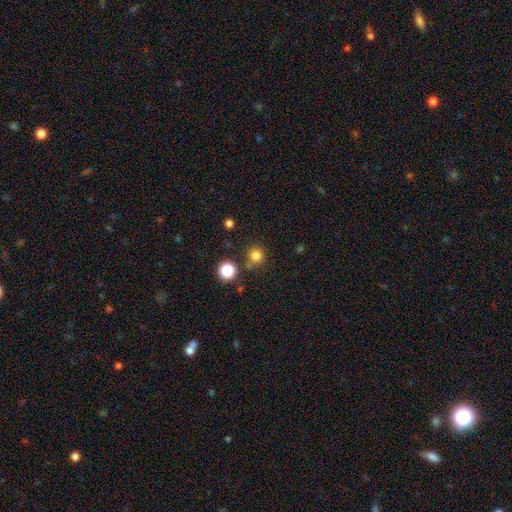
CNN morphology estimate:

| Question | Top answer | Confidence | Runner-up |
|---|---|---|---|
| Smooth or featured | smooth | 81% | star or artifact (15%) |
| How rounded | round | 93% | in between (6%) |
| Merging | none | 80% | merger (9%) |